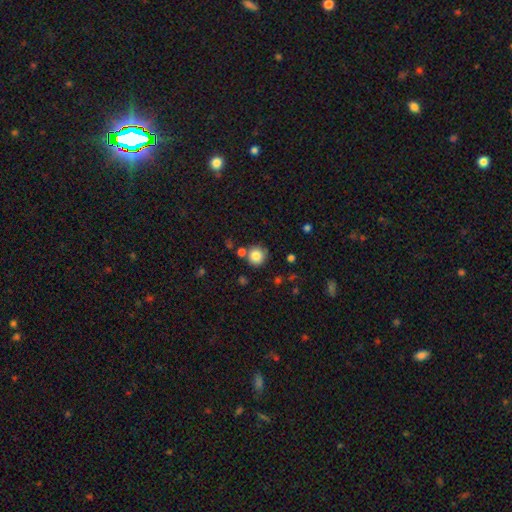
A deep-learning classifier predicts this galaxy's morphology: Smooth or featured: smooth — 84% (star or artifact — 10%)
How rounded: round — 93% (in between — 6%)
Merging: none — 76% (merger — 12%)